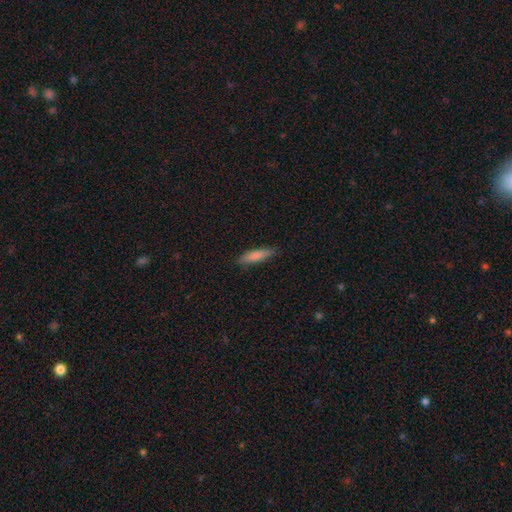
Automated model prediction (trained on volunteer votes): Morphology: type=smooth (83%); roundness=cigar-shaped (72%); merging=none (85%).